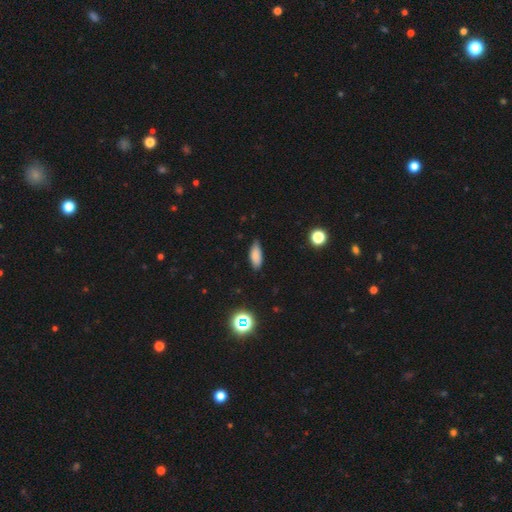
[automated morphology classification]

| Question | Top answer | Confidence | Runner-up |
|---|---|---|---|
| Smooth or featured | smooth | 83% | star or artifact (9%) |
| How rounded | in between | 78% | cigar-shaped (19%) |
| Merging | none | 81% | minor disturbance (16%) |